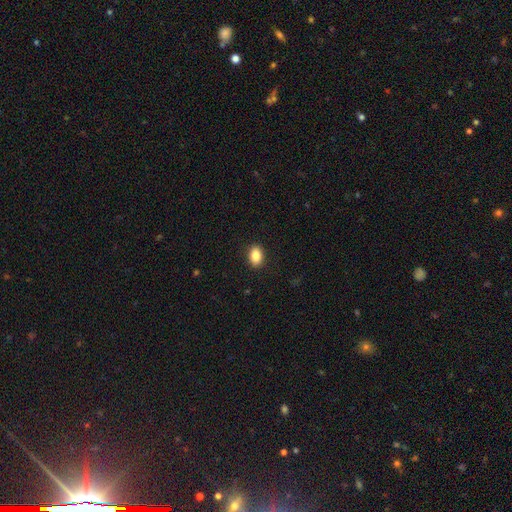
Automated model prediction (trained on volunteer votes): A smooth galaxy with no disk features (85%) that is in between round and cigar-shaped (80%).

Vote fractions:
- Smooth or featured? smooth: 85% / star or artifact: 9% / featured or disk: 6%
- How rounded? in between: 80% / round: 18% / cigar-shaped: 2%
- Merging? none: 90% / minor disturbance: 7% / major disturbance: 2% / merger: 1%